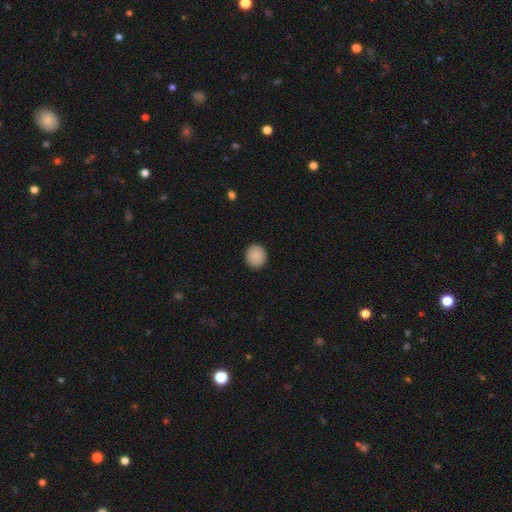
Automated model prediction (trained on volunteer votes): This is clearly a smooth galaxy (88%). How rounded: clearly round (86%). Merging: clearly none (92%).